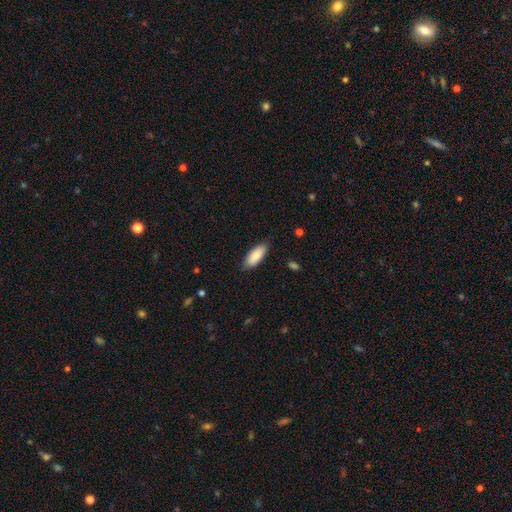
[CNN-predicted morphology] type=smooth (85%); roundness=in between (80%); merging=none (85%).